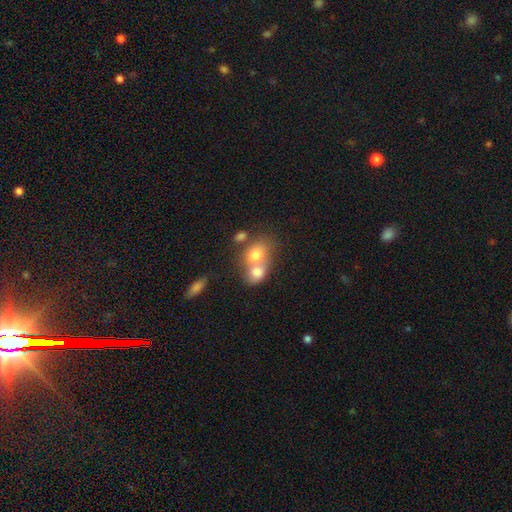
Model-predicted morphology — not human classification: Smooth or featured? Predicted: smooth (p=0.69). How rounded? Predicted: round (p=0.52). Merging? Predicted: merger (p=0.69).